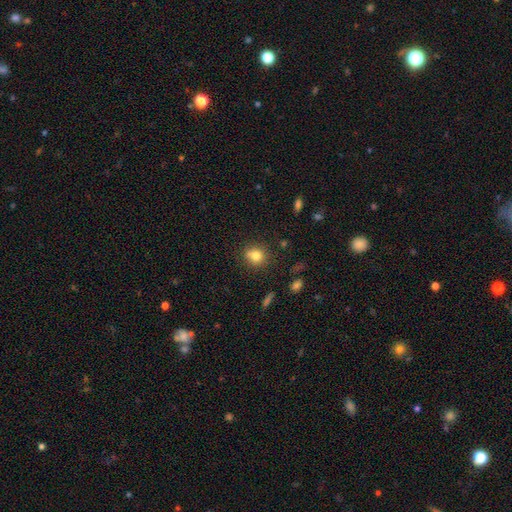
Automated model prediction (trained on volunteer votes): Smooth or featured?
  - smooth: 77% *
  - star or artifact: 12%
  - featured or disk: 10%
How rounded?
  - round: 80% *
  - in between: 19%
  - cigar-shaped: 1%
Merging?
  - none: 68% *
  - minor disturbance: 15%
  - merger: 13%
  - major disturbance: 4%